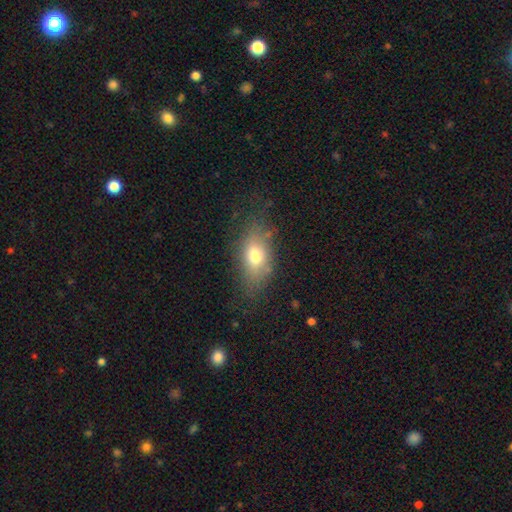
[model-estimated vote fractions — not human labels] This is likely a smooth galaxy (71%). How rounded: clearly in between (81%). Merging: likely none (73%).